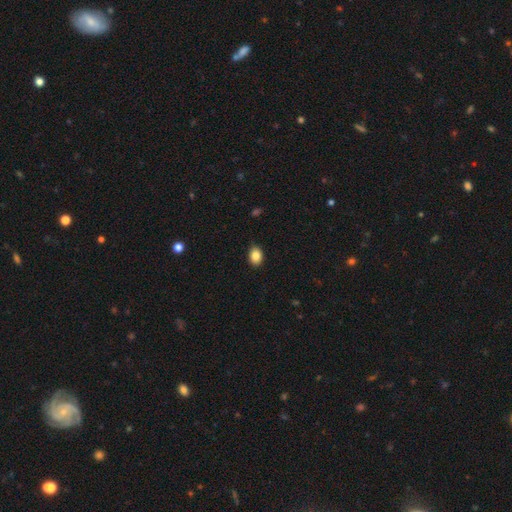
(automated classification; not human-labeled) The model was most divided on "how rounded": in between: 71%, round: 28%, cigar-shaped: 1%. More confident: merging — none (87%); smooth or featured — smooth (85%).